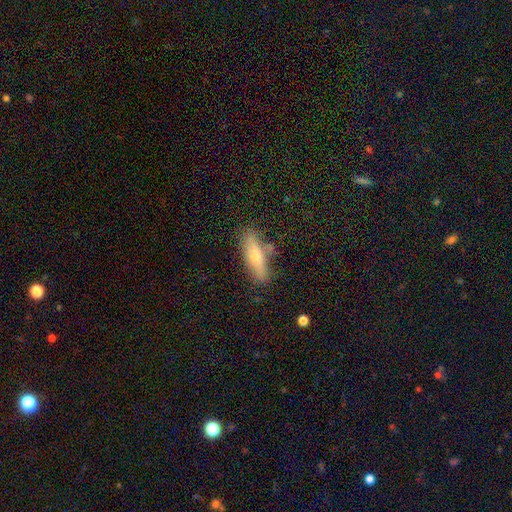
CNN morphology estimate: This appears to be a smooth galaxy with no disk features (49%). Merging: none (79%).